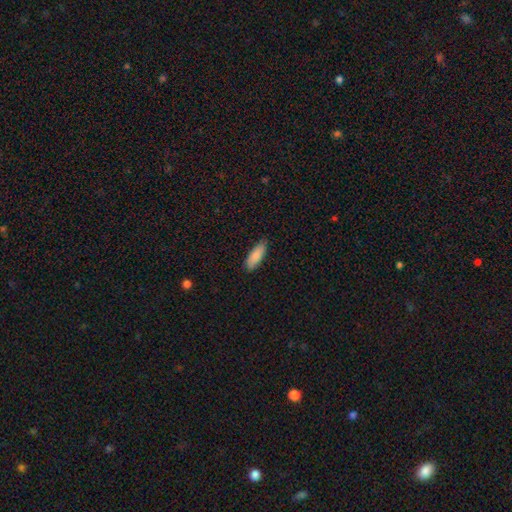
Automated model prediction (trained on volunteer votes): The model was most divided on "how rounded": in between: 68%, cigar-shaped: 31%, round: 2%. More confident: smooth or featured — smooth (87%); merging — none (84%).